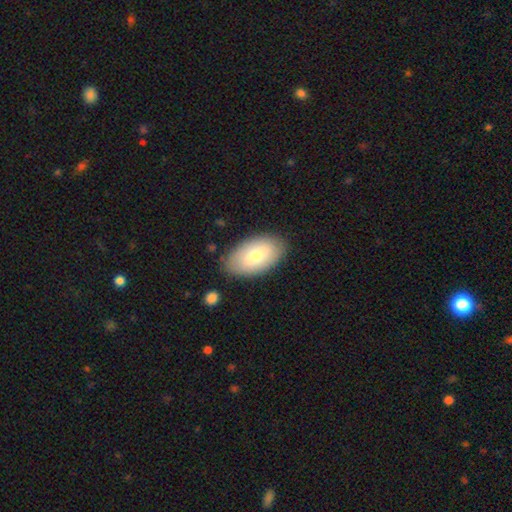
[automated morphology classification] Smooth or featured? Predicted: smooth (p=0.72). How rounded? Predicted: in between (p=0.94). Merging? Predicted: none (p=0.83).